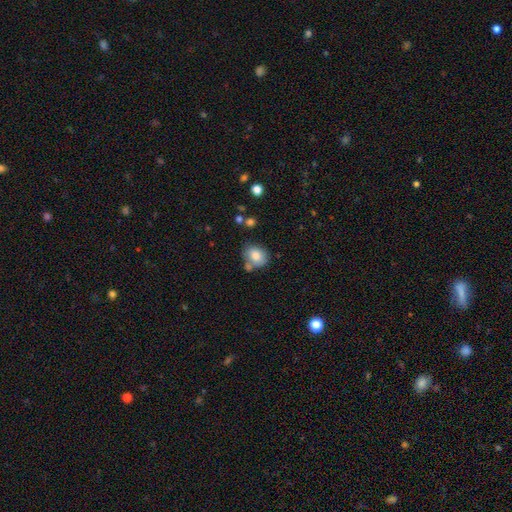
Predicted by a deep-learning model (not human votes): This appears to be a smooth galaxy with no disk features (81%) that is round (50%). Merging: none (61%).